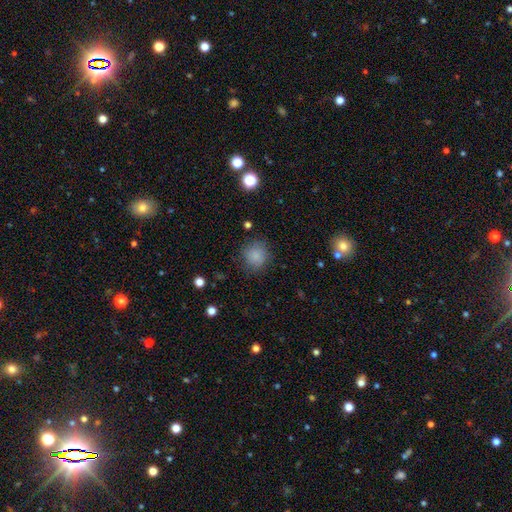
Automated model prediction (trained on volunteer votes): This is clearly a smooth galaxy (84%). How rounded: clearly round (87%). Merging: clearly none (82%).